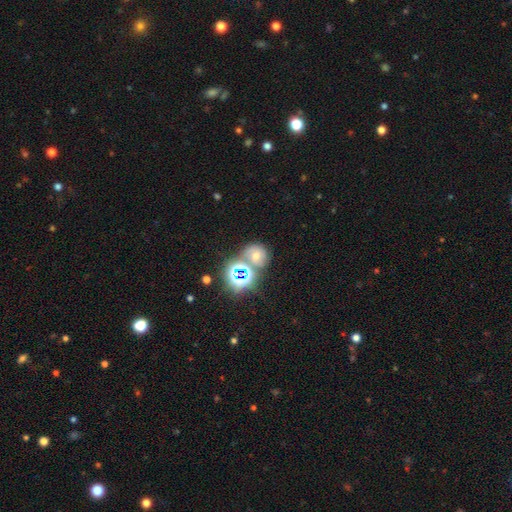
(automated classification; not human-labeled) The model was most divided on "smooth or featured": smooth: 42%, star or artifact: 36%, featured or disk: 22%. More confident: merging — none (51%).